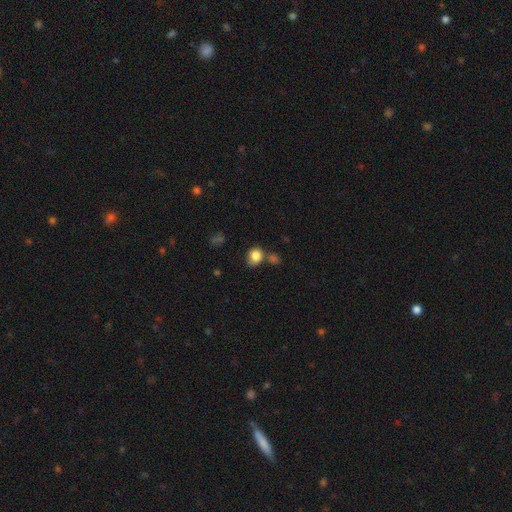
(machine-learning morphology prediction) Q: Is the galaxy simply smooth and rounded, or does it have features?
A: smooth — 84%.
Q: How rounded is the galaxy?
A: round — 68%.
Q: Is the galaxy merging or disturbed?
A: none — 57%.